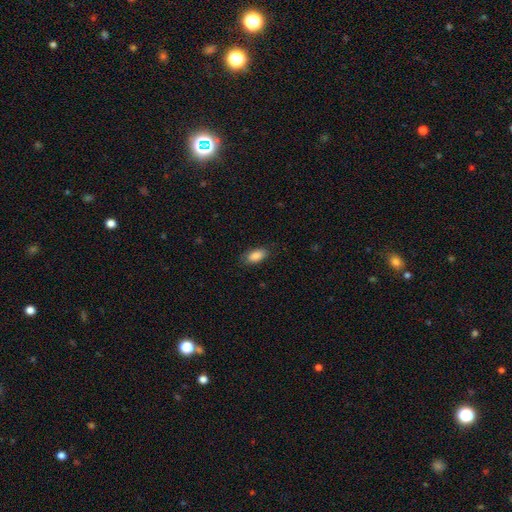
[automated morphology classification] Q: Smooth or featured?
A: smooth (88%); runner-up: star or artifact (7%)
Q: How rounded?
A: in between (91%); runner-up: cigar-shaped (6%)
Q: Merging?
A: none (82%); runner-up: minor disturbance (14%)